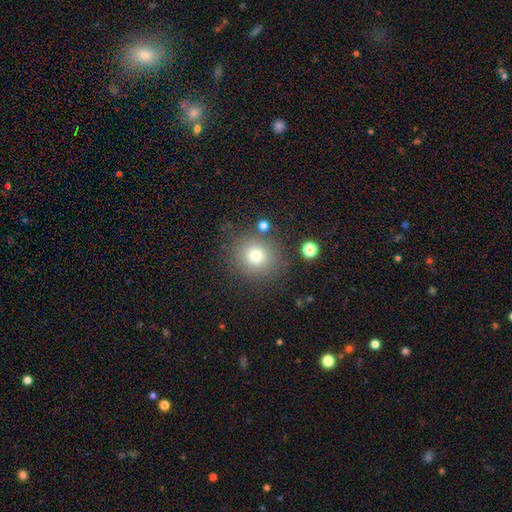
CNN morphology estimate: Overall: smooth (76%). How rounded: round (87%). Merging: none (81%).